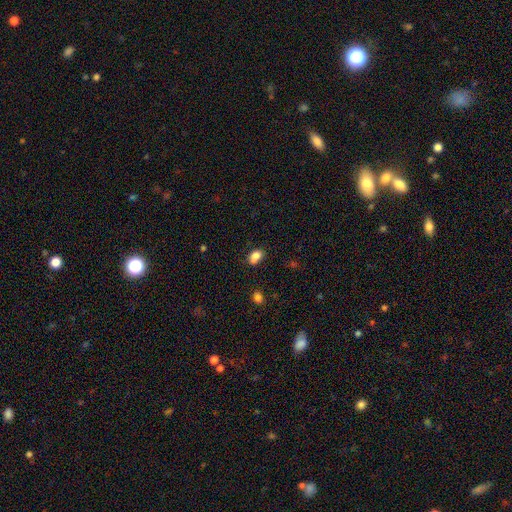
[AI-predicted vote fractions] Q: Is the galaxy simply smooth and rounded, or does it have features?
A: smooth — 83%.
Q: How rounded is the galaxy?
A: in between — 82%.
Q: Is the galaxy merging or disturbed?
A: none — 61%.